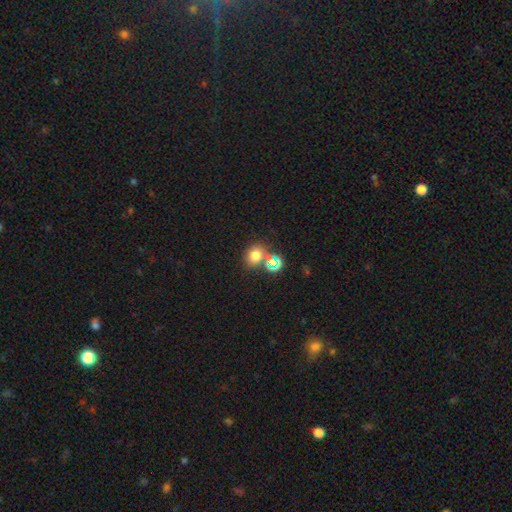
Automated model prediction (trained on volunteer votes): Smooth or featured?
  - smooth: 71% *
  - star or artifact: 21%
  - featured or disk: 8%
How rounded?
  - round: 60% *
  - in between: 39%
  - cigar-shaped: 1%
Merging?
  - none: 64% *
  - merger: 22%
  - minor disturbance: 10%
  - major disturbance: 4%